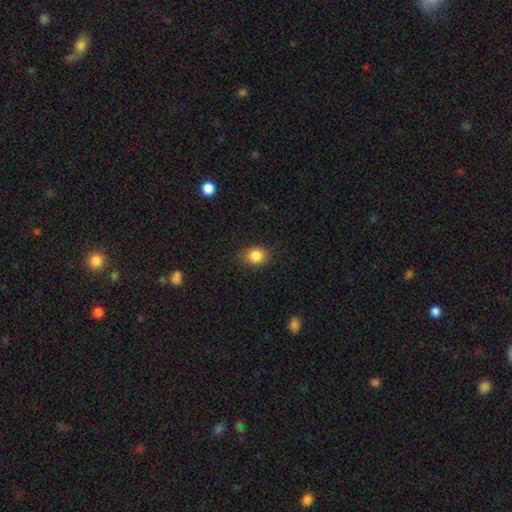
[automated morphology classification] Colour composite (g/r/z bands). It shows a smooth galaxy with no disk features (85%) that is round (55%). Merging: none (82%).